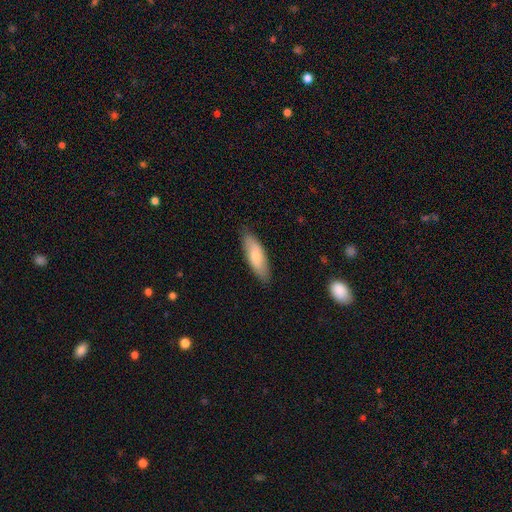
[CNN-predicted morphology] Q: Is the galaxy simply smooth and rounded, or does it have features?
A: smooth — 73%.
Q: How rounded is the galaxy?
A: in between — 65%.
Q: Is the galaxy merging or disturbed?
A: none — 83%.